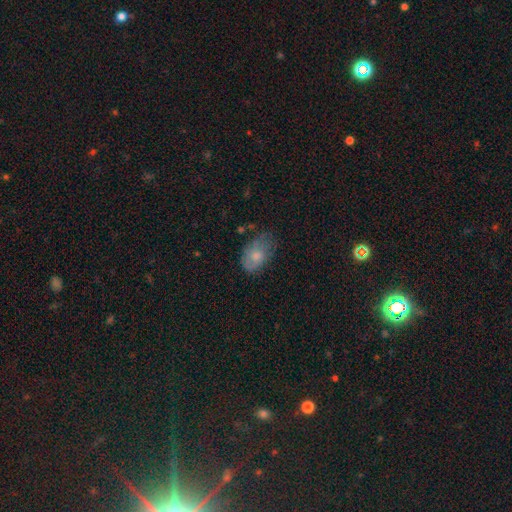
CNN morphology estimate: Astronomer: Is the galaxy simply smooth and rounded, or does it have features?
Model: smooth — 68%.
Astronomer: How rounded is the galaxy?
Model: in between — 86%.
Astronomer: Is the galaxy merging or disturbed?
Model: none — 47% (runner-up: minor disturbance, 36%).